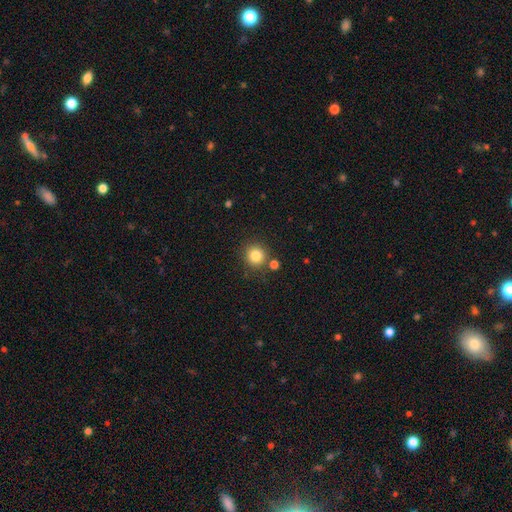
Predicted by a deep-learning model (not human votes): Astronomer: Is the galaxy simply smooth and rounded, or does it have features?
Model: smooth — 83%.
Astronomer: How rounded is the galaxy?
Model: round — 92%.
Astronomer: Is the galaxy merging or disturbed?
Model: none — 82%.